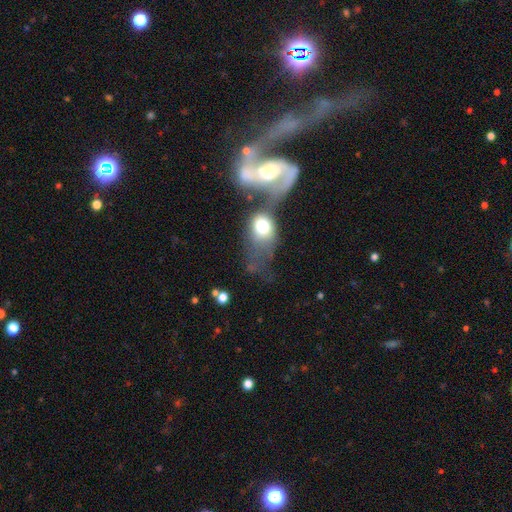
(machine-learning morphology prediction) Smooth or featured? featured or disk (61%)
Edge-on disk? no (93%)
Bar? no (53%)
Spiral arms? yes (76%)
Bulge size? moderate (56%)
Merging? merger (55%)